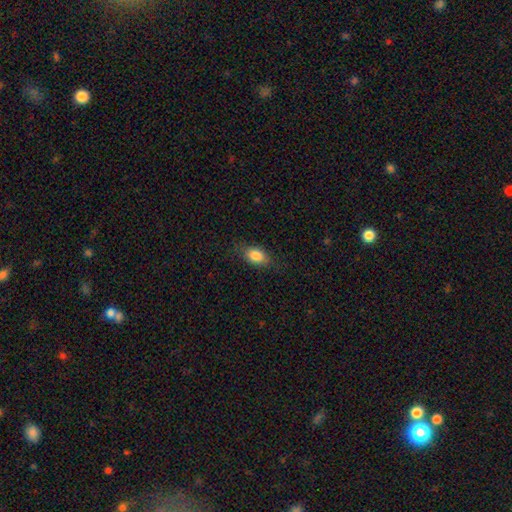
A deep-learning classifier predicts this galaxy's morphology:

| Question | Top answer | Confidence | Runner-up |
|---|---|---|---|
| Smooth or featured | smooth | 83% | featured or disk (9%) |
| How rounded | in between | 83% | round (14%) |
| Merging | none | 80% | minor disturbance (15%) |